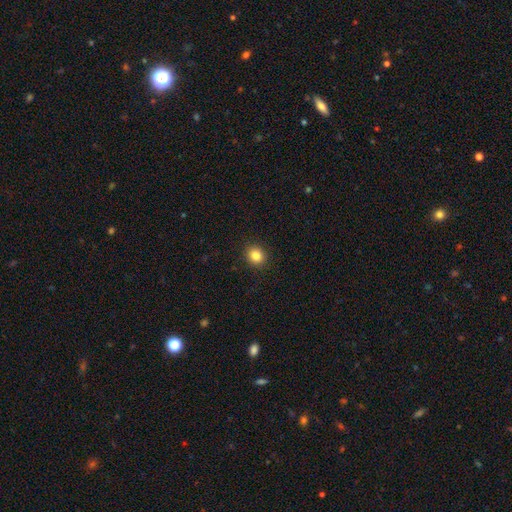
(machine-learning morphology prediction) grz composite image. It shows a smooth galaxy with no disk features (84%) that is round (83%). Merging: none (92%).